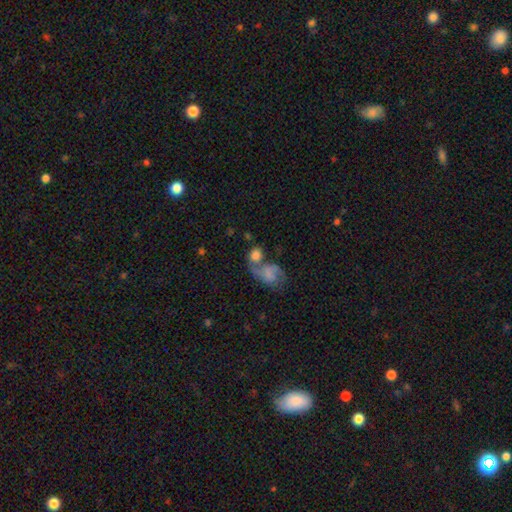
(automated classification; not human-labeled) smooth 68%, featured or disk 22%, star or artifact 10%. Down the decision tree: how rounded — round (61%); merging — merger (51%).